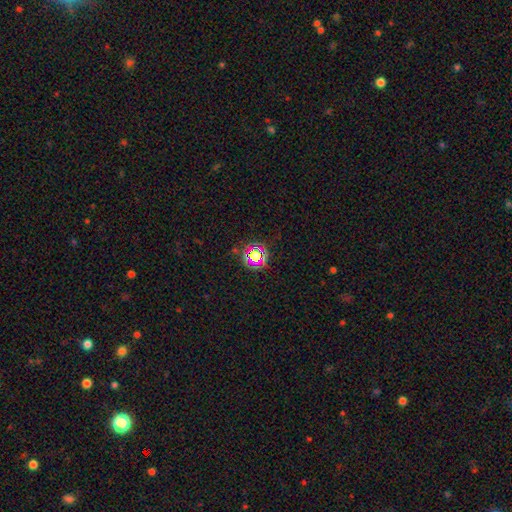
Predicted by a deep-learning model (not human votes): Smooth or featured? Predicted: star or artifact (p=0.65).